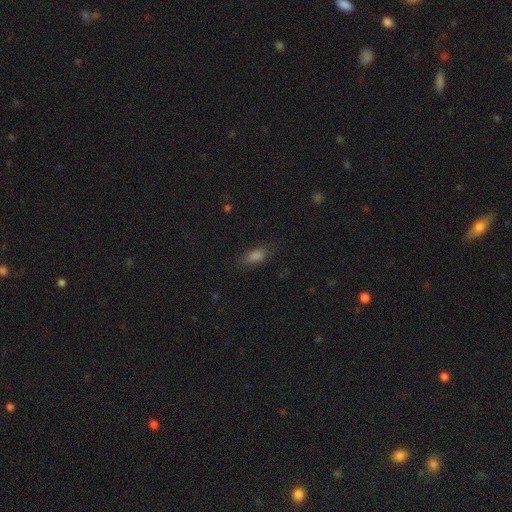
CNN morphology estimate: smooth 74%, star or artifact 16%, featured or disk 10%. Down the decision tree: how rounded — in between (75%); merging — none (77%).